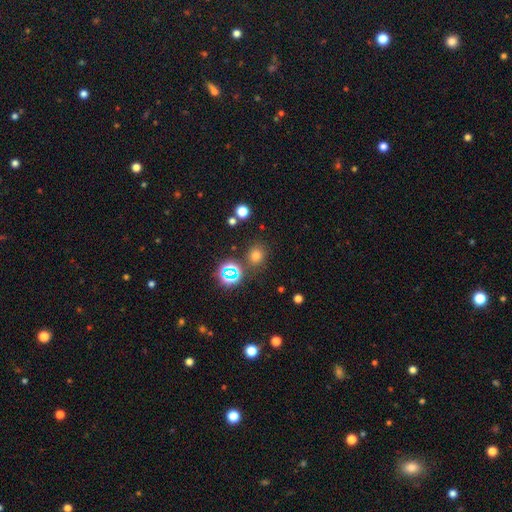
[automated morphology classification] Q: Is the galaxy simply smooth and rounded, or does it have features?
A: smooth — 67%.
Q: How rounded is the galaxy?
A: round — 80%.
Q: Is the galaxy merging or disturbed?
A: none — 81%.